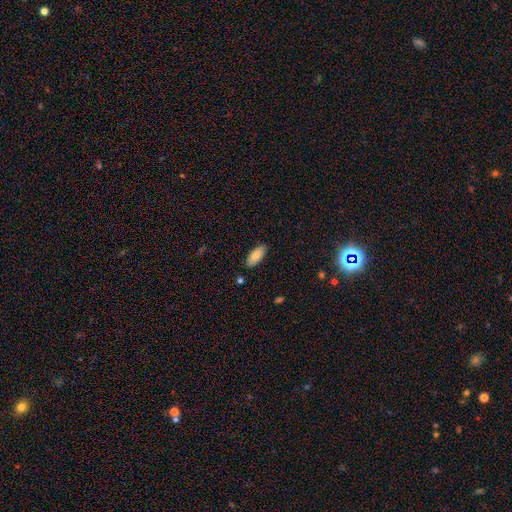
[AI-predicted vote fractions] smooth_or_featured: smooth (p=0.81) [alt: featured or disk p=0.12]
how_rounded: in between (p=0.88) [alt: cigar-shaped p=0.11]
merging: none (p=0.87) [alt: minor disturbance p=0.09]